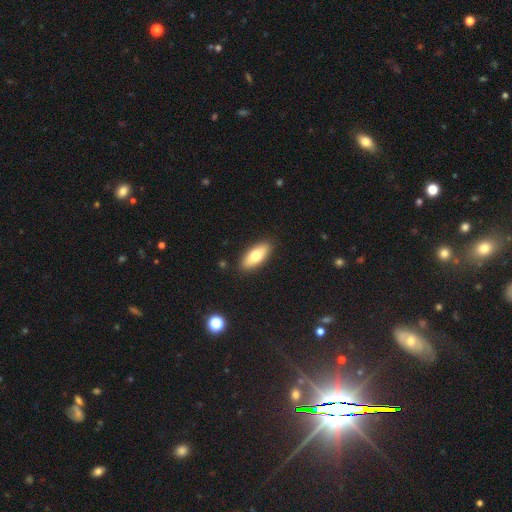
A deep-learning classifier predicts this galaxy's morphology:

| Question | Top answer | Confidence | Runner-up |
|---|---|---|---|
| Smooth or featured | smooth | 74% | featured or disk (20%) |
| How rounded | in between | 80% | cigar-shaped (17%) |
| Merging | none | 89% | minor disturbance (8%) |